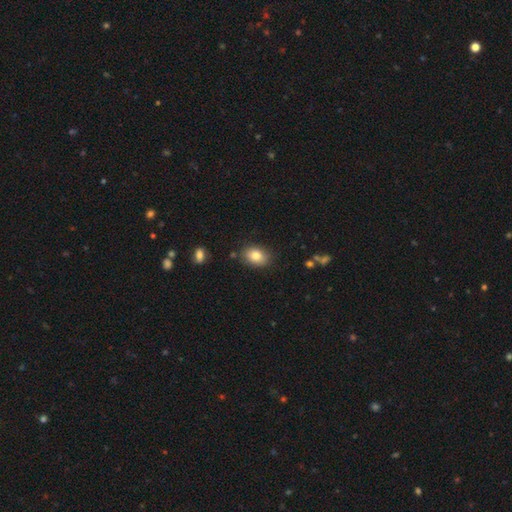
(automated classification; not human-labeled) The model was most divided on "how rounded": in between: 76%, round: 23%, cigar-shaped: 1%. More confident: merging — none (83%); smooth or featured — smooth (82%).